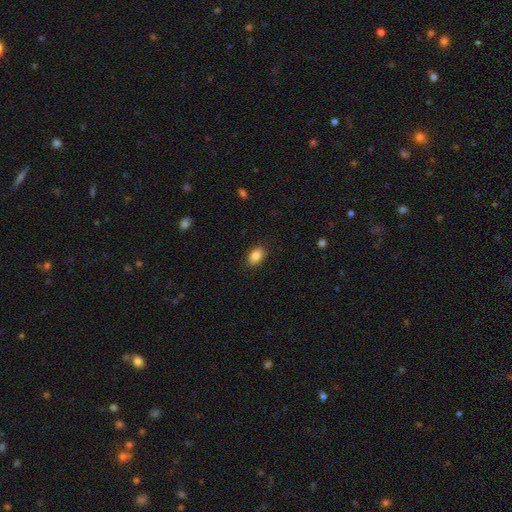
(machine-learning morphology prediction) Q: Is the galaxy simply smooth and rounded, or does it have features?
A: smooth — 87%.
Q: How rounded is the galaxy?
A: in between — 87%.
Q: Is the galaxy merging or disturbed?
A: none — 88%.